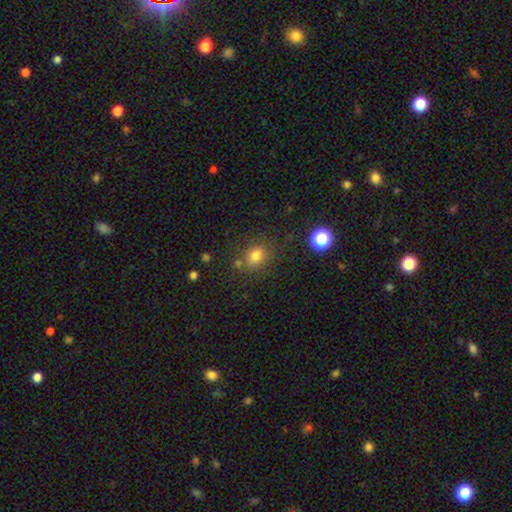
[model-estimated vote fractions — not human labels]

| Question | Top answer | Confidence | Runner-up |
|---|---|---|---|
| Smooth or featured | smooth | 77% | star or artifact (15%) |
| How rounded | round | 55% | in between (44%) |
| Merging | none | 74% | minor disturbance (13%) |